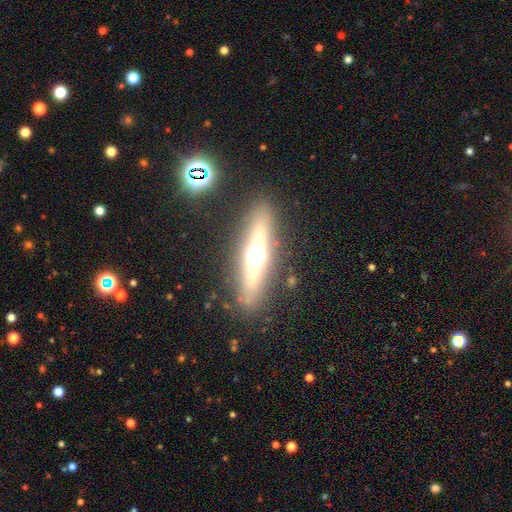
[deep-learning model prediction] The model was most divided on "smooth or featured": featured or disk: 65%, smooth: 25%, star or artifact: 10%. More confident: edge-on bulge — rounded (94%); edge-on disk — yes (92%); merging — none (85%).